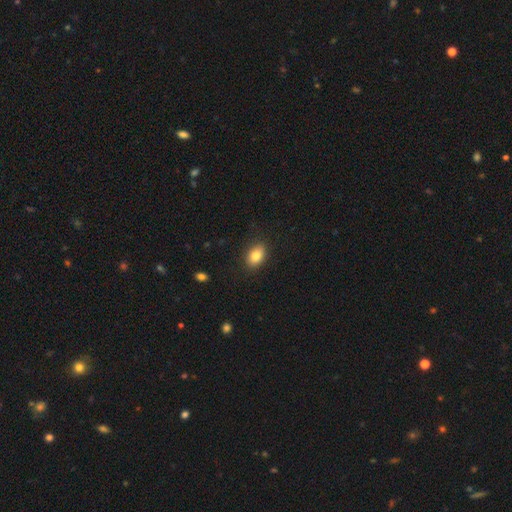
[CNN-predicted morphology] A smooth galaxy with no disk features (83%) that is in between round and cigar-shaped (82%). Merging: none (87%).